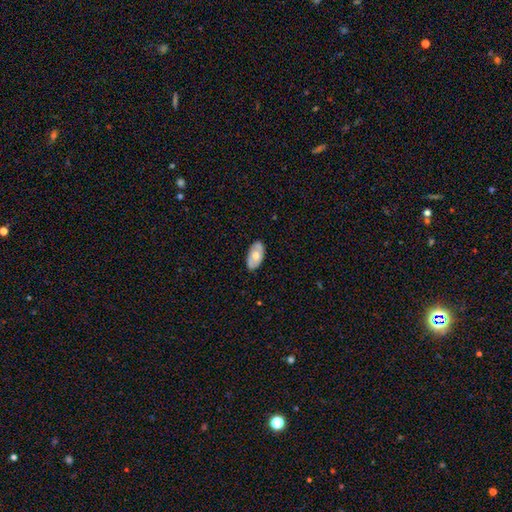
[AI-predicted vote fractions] A smooth galaxy with no disk features (53%) that is in between round and cigar-shaped (94%).

Vote fractions:
- Smooth or featured? smooth: 53% / featured or disk: 42% / star or artifact: 5%
- How rounded? in between: 94% / round: 4% / cigar-shaped: 2%
- Merging? none: 85% / minor disturbance: 12% / major disturbance: 2% / merger: 1%